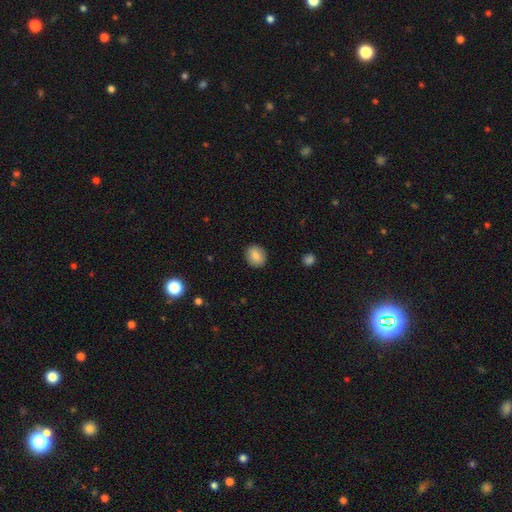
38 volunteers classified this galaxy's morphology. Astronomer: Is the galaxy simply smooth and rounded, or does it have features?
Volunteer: smooth — 84%.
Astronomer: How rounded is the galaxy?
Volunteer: round — 66%.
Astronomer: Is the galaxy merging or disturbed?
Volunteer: none — 97%.